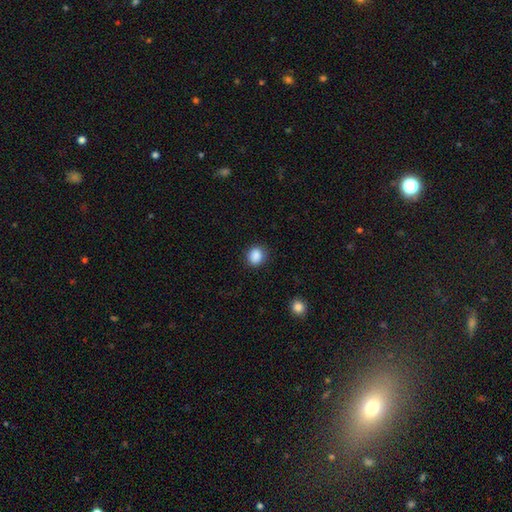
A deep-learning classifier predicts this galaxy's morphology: Q: Smooth or featured?
A: smooth (88%); runner-up: star or artifact (9%)
Q: How rounded?
A: round (72%); runner-up: in between (27%)
Q: Merging?
A: none (85%); runner-up: minor disturbance (11%)